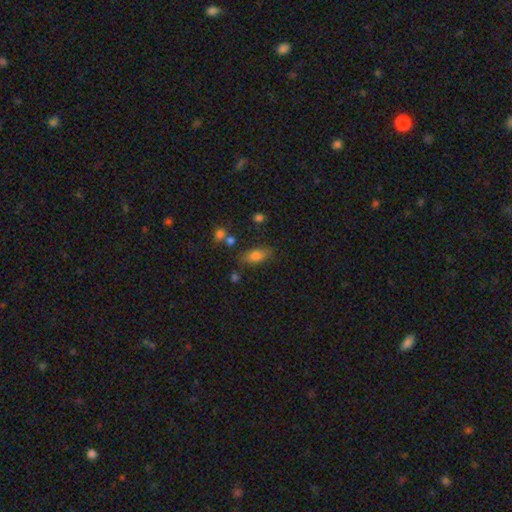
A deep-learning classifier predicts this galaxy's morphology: Q: Smooth or featured?
A: smooth (77%); runner-up: featured or disk (14%)
Q: How rounded?
A: in between (82%); runner-up: cigar-shaped (13%)
Q: Merging?
A: none (74%); runner-up: minor disturbance (16%)